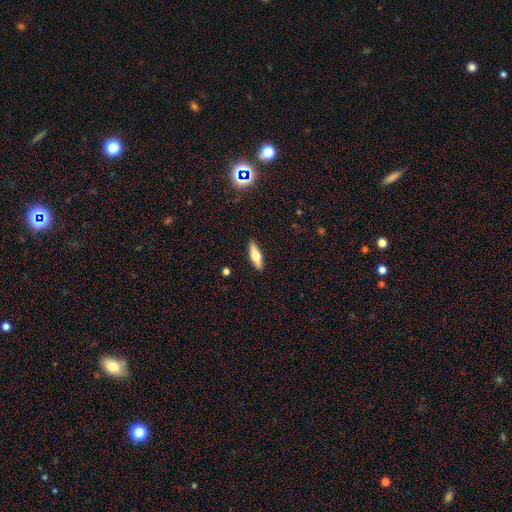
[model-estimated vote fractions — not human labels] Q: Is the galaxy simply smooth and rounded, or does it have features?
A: smooth — 55%.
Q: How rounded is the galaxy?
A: in between — 54%.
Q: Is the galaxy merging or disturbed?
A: none — 89%.